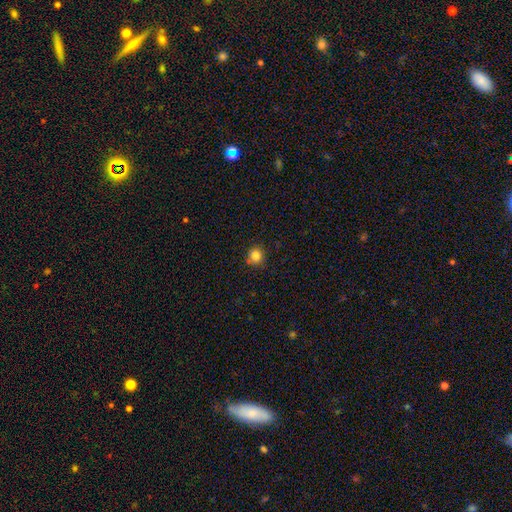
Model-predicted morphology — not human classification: Q: Smooth or featured?
A: smooth (83%); runner-up: star or artifact (12%)
Q: How rounded?
A: round (90%); runner-up: in between (9%)
Q: Merging?
A: none (83%); runner-up: minor disturbance (12%)